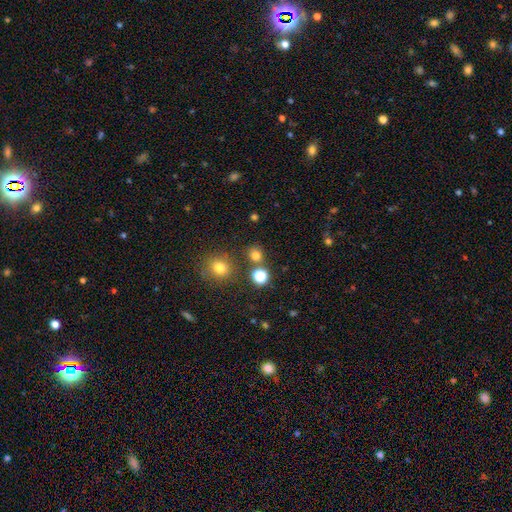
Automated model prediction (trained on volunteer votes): Smooth or featured? Predicted: smooth (p=0.74). How rounded? Predicted: round (p=0.83). Merging? Predicted: none (p=0.79).